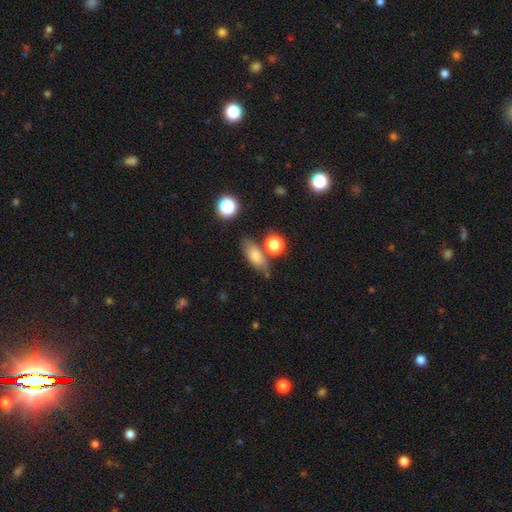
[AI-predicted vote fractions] Morphology: type=smooth (74%); roundness=in between (73%); merging=none (65%).